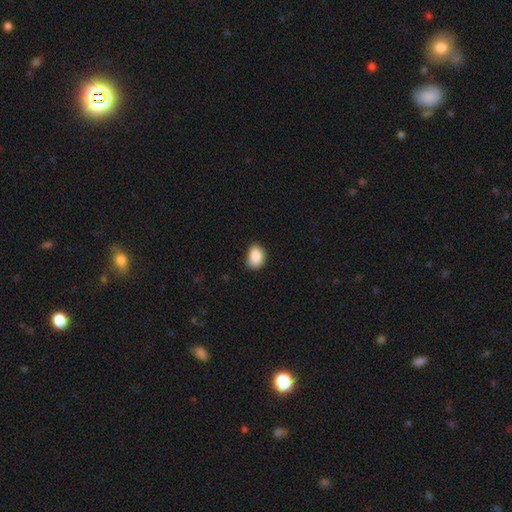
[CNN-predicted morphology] type=smooth (87%); roundness=in between (69%); merging=none (72%).